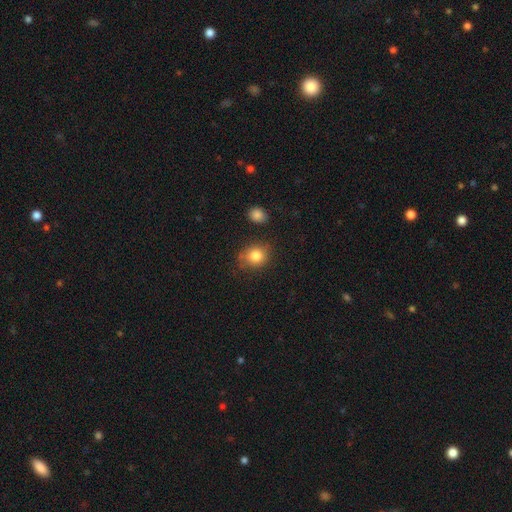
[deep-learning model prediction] The model was most divided on "how rounded": round: 67%, in between: 32%, cigar-shaped: 1%. More confident: smooth or featured — smooth (83%); merging — none (71%).